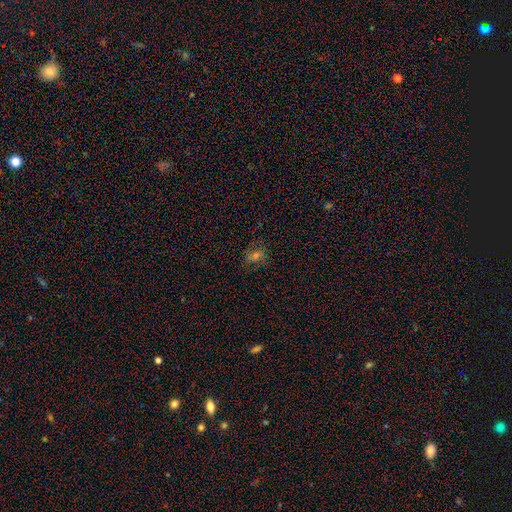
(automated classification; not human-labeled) The model was most divided on "smooth or featured": featured or disk: 38%, smooth: 36%, star or artifact: 26%. More confident: merging — none (76%).